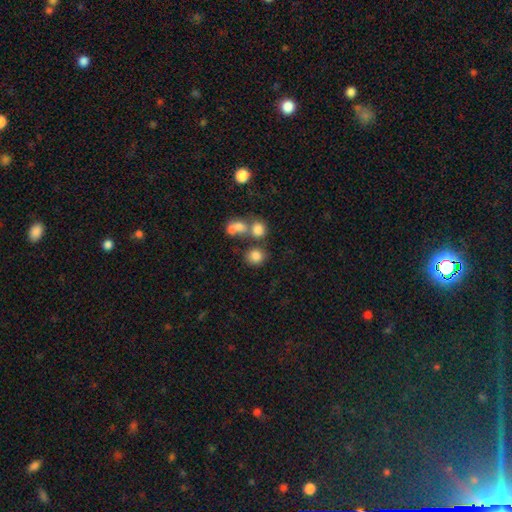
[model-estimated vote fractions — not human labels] smooth-or-featured: smooth: 79% | star or artifact: 13% | featured or disk: 8%
  how-rounded: round: 80% | in between: 19% | cigar-shaped: 1%
  merging: none: 66% | merger: 19% | minor disturbance: 10% | major disturbance: 5%